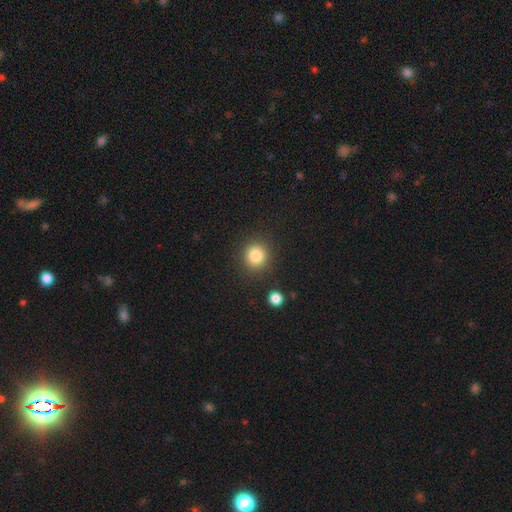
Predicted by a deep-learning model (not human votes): This is clearly a smooth galaxy (85%). How rounded: clearly round (90%). Merging: clearly none (87%).